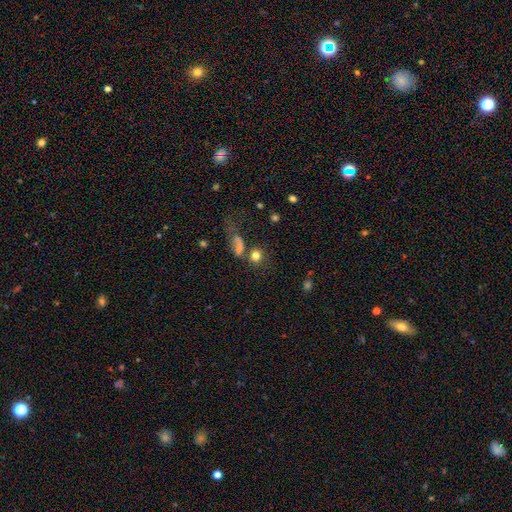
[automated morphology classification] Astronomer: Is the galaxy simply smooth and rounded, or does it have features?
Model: smooth — 77%.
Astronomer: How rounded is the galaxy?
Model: round — 77%.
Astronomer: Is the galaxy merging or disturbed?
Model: none — 54%.